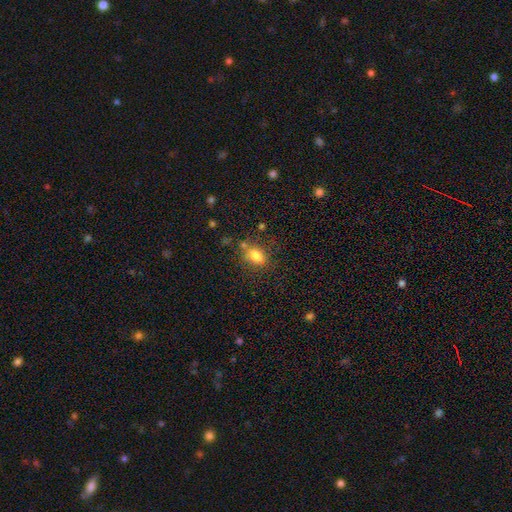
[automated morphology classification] Smooth or featured? smooth (81%)
How rounded? in between (70%)
Merging? none (67%)